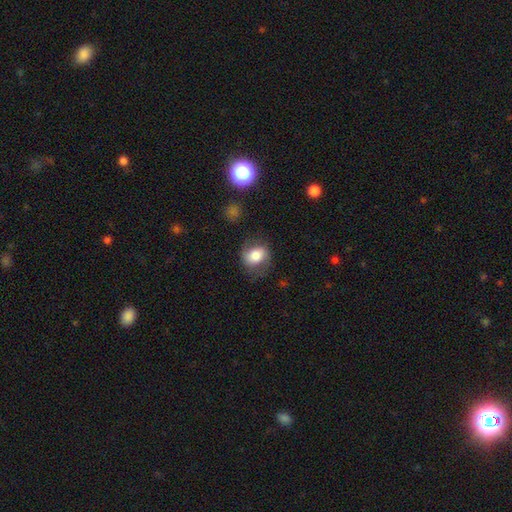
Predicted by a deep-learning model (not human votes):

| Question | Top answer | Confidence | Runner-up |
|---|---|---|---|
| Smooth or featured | smooth | 67% | featured or disk (25%) |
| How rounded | in between | 50% | round (49%) |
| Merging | none | 66% | minor disturbance (21%) |